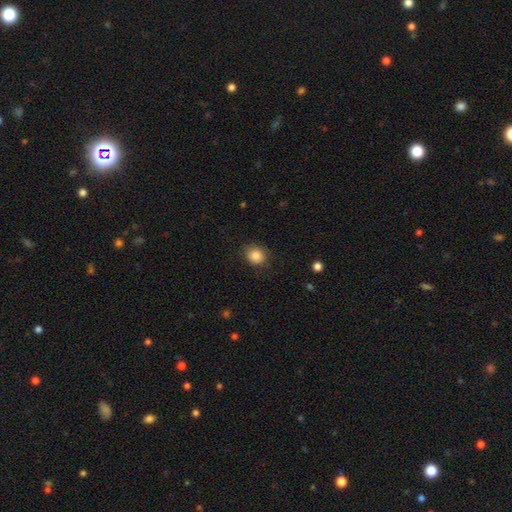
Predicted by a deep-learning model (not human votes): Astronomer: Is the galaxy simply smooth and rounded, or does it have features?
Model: smooth — 86%.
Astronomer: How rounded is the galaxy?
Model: round — 78%.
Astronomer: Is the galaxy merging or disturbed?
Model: none — 84%.